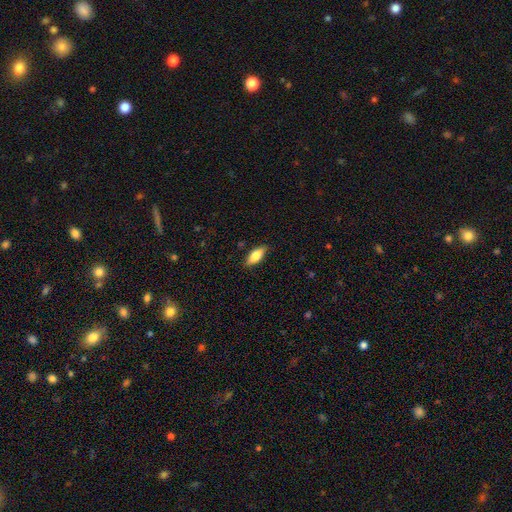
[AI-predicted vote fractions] Smooth or featured? smooth (72%)
How rounded? in between (76%)
Merging? none (86%)